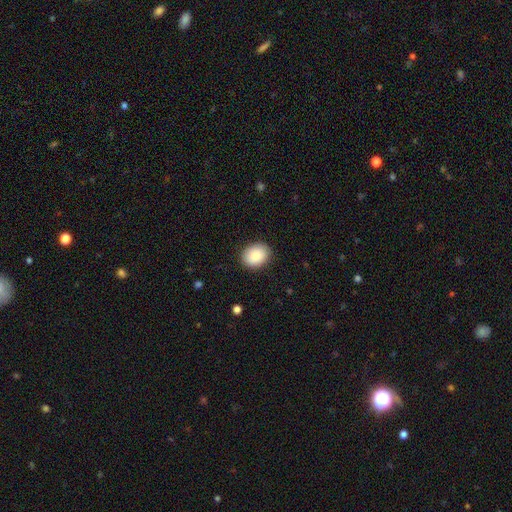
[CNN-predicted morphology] Smooth or featured?
  - smooth: 86% *
  - star or artifact: 7%
  - featured or disk: 6%
How rounded?
  - in between: 57% *
  - round: 43%
  - cigar-shaped: 1%
Merging?
  - none: 88% *
  - minor disturbance: 9%
  - major disturbance: 2%
  - merger: 1%